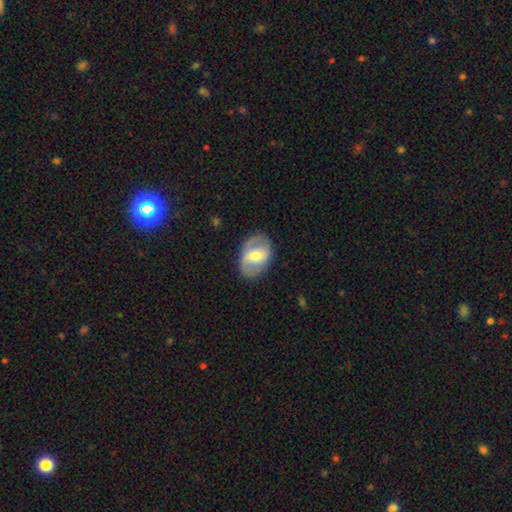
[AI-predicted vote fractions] Smooth or featured: featured or disk — 55% (smooth — 38%)
Edge-on disk: no — 93% (yes — 7%)
Bar: weak — 39% (strong — 33%)
Spiral arms: yes — 53% (no — 47%)
Bulge size: moderate — 58% (small — 34%)
Merging: none — 77% (minor disturbance — 16%)